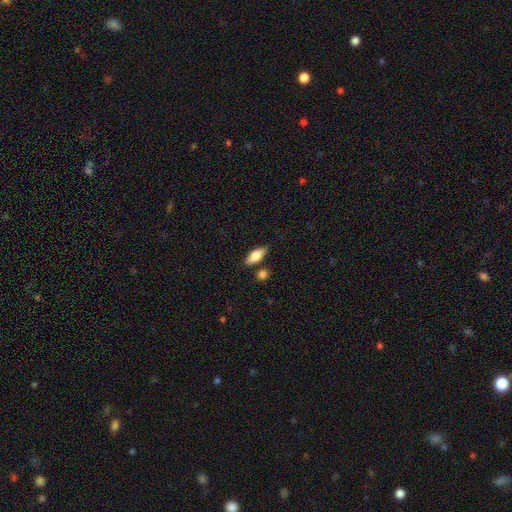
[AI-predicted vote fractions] smooth 73%, featured or disk 21%, star or artifact 6%. Down the decision tree: how rounded — in between (76%); merging — none (78%).